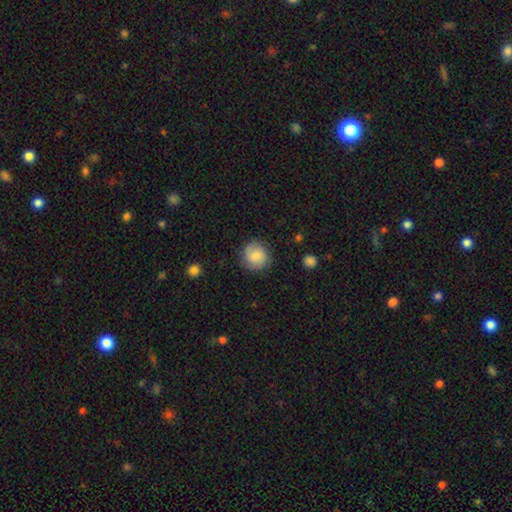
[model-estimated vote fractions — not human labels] A smooth galaxy with no disk features (73%) that is round (89%). Merging: none (82%).